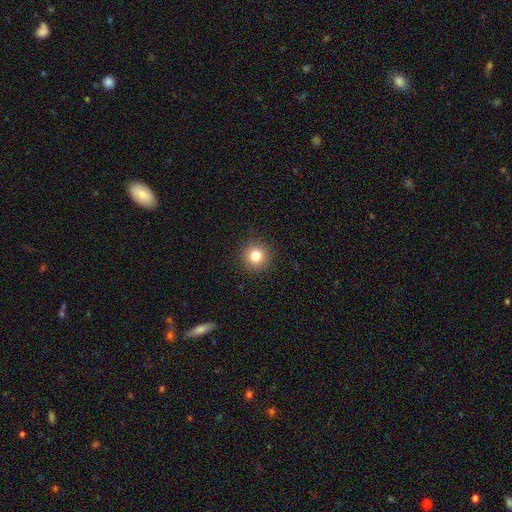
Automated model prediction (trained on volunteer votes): A smooth galaxy with no disk features (82%) that is round (94%). Merging: none (91%).